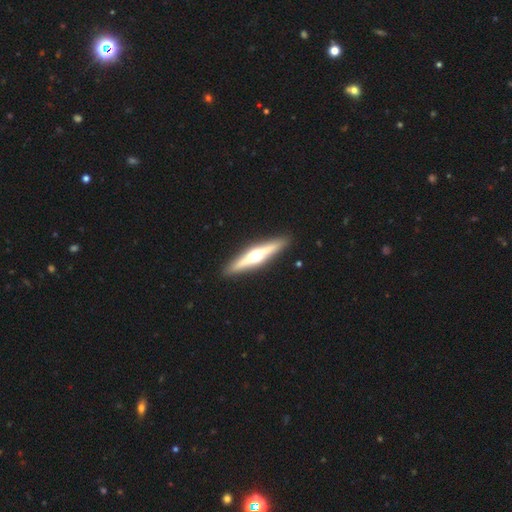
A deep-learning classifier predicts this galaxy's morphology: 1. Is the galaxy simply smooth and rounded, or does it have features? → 71% featured or disk, 24% smooth, 5% star or artifact.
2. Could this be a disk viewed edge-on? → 97% yes, 3% no.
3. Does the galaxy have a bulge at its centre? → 96% rounded, 3% boxy, 2% none.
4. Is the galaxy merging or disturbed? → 92% none, 6% minor disturbance, 1% major disturbance, 1% merger.